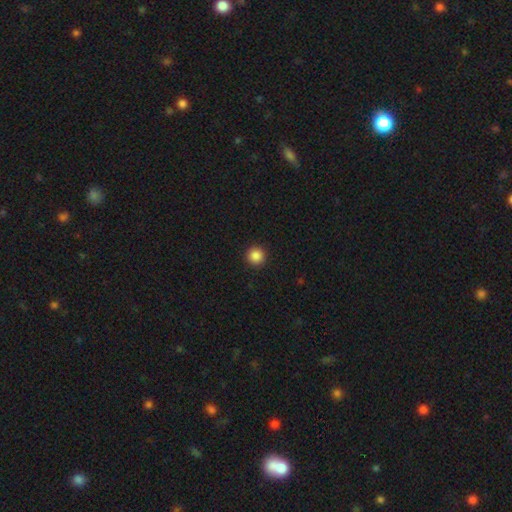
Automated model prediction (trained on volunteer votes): Smooth or featured? smooth (87%)
How rounded? round (96%)
Merging? none (93%)